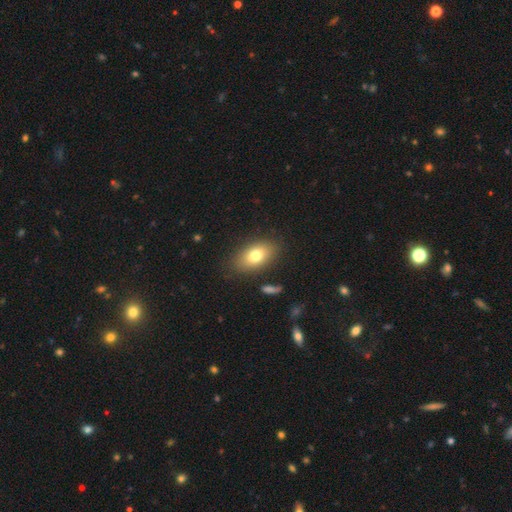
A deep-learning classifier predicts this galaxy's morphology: Smooth or featured? Predicted: smooth (p=0.76). How rounded? Predicted: in between (p=0.88). Merging? Predicted: none (p=0.82).